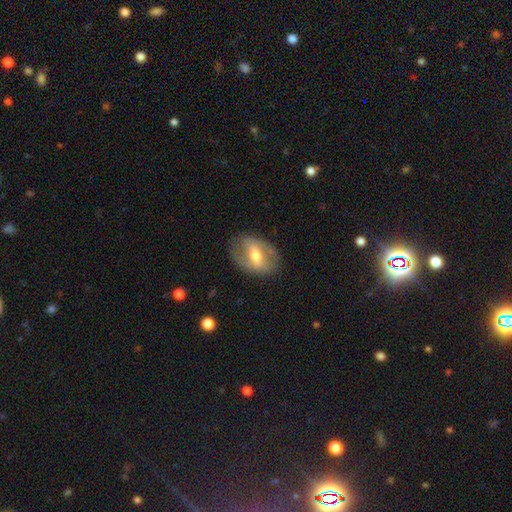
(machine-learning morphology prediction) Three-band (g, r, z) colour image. It shows a featured or disk galaxy (63%) with a strong bar (44%), spiral arms (58%) and a moderate central bulge (65%). Merging: none (77%).